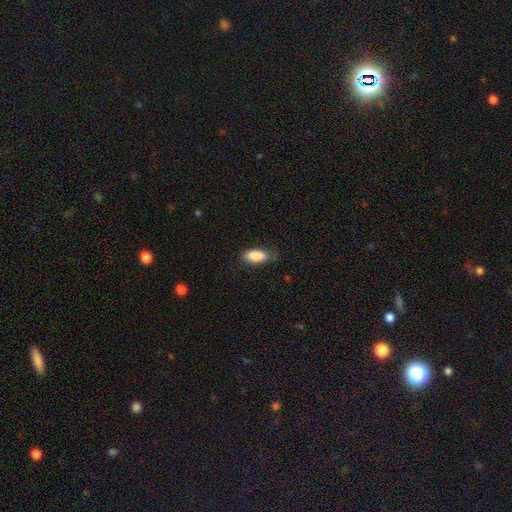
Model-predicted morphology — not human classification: A smooth galaxy with no disk features (87%) that is in between round and cigar-shaped (87%).

Vote fractions:
- Smooth or featured? smooth: 87% / star or artifact: 7% / featured or disk: 7%
- How rounded? in between: 87% / cigar-shaped: 10% / round: 3%
- Merging? none: 73% / minor disturbance: 21% / major disturbance: 5% / merger: 1%